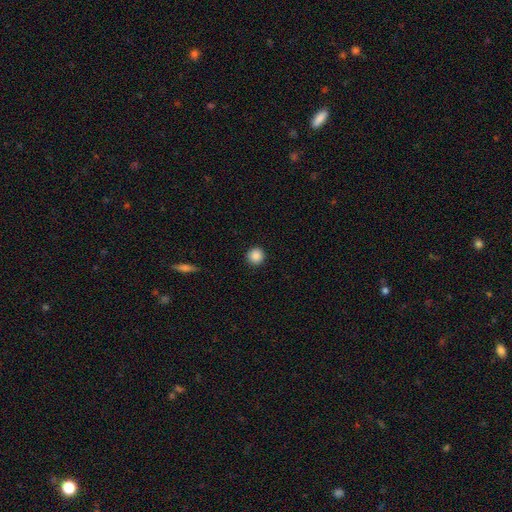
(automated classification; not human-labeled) Q: Smooth or featured?
A: smooth (88%); runner-up: star or artifact (9%)
Q: How rounded?
A: round (95%); runner-up: in between (4%)
Q: Merging?
A: none (93%); runner-up: minor disturbance (5%)